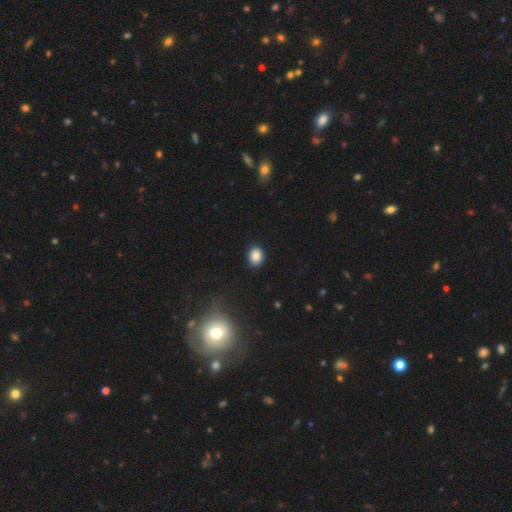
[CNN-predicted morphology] This appears to be a smooth galaxy with no disk features (85%) that is round (51%). Merging: none (89%).